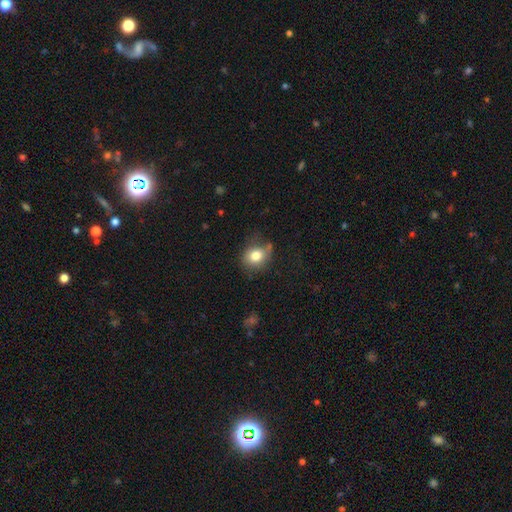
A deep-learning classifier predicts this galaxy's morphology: Smooth or featured?
  - smooth: 79% *
  - featured or disk: 11%
  - star or artifact: 10%
How rounded?
  - round: 61% *
  - in between: 38%
  - cigar-shaped: 1%
Merging?
  - none: 66% *
  - minor disturbance: 23%
  - major disturbance: 7%
  - merger: 4%